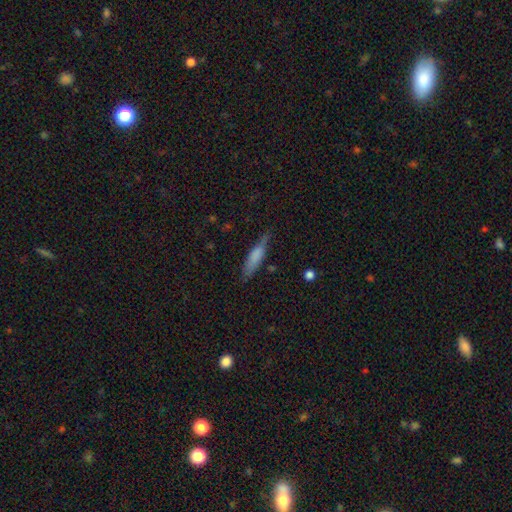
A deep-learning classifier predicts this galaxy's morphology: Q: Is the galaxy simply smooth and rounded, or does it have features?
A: smooth — 70%.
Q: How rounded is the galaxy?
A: cigar-shaped — 74%.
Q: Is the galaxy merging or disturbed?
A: none — 71%.